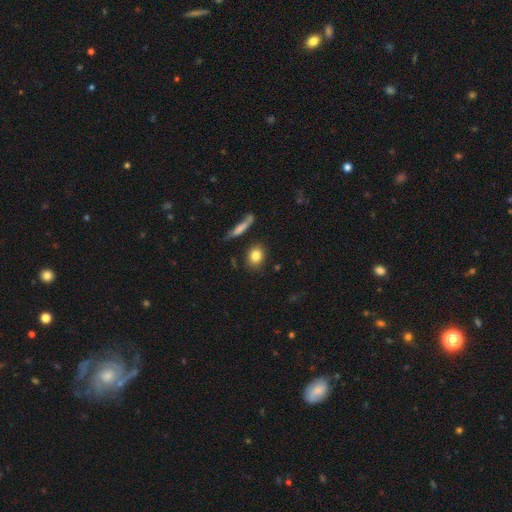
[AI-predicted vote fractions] This is clearly a smooth galaxy (82%). How rounded: possibly round (51%). Merging: clearly none (82%).